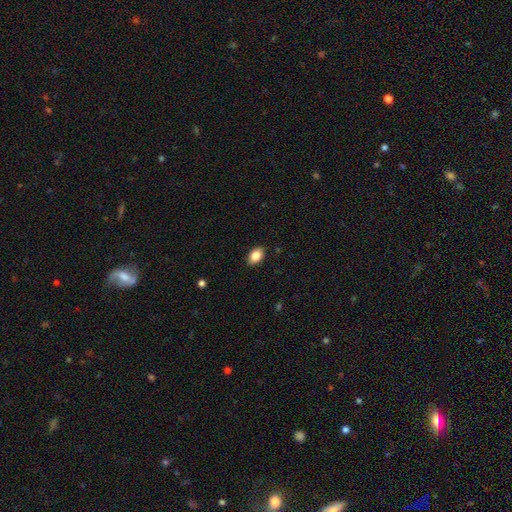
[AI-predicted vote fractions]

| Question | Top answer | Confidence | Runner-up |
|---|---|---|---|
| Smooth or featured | smooth | 84% | featured or disk (8%) |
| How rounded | in between | 88% | round (10%) |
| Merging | none | 89% | minor disturbance (8%) |